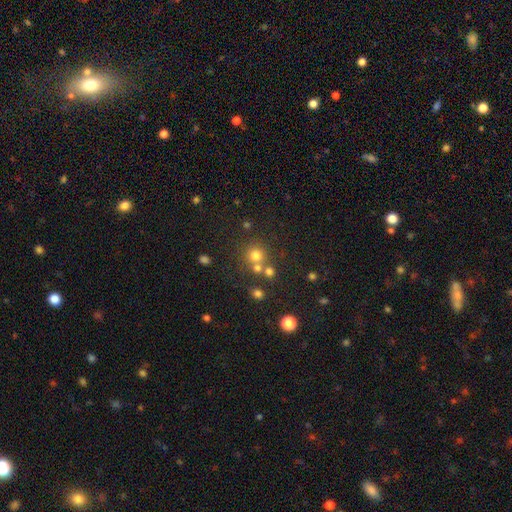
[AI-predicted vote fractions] This is likely a smooth galaxy (71%). How rounded: clearly round (90%). Merging: likely none (62%).